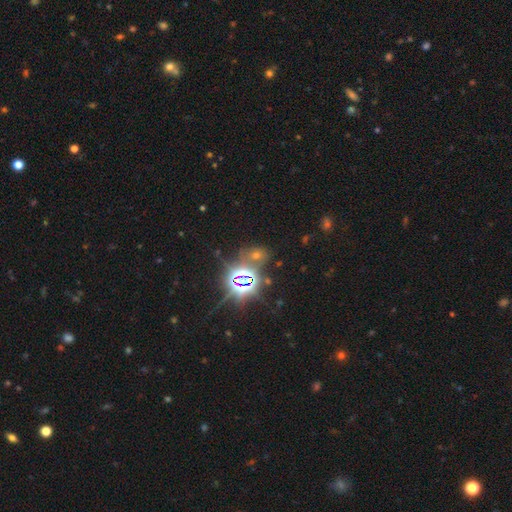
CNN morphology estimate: Overall: star or artifact (76%).